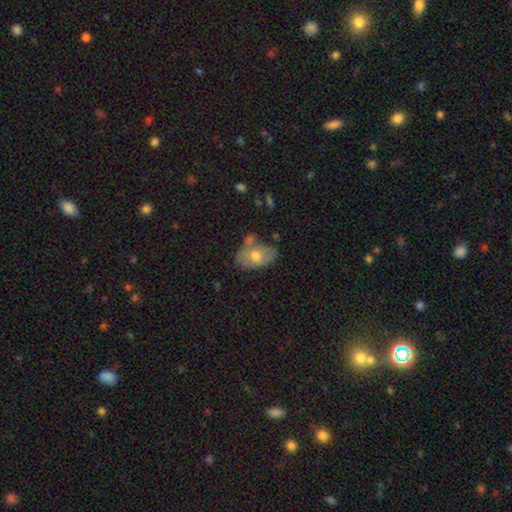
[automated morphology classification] This is possibly a smooth galaxy (60%). How rounded: clearly in between (87%). Merging: possibly none (53%).